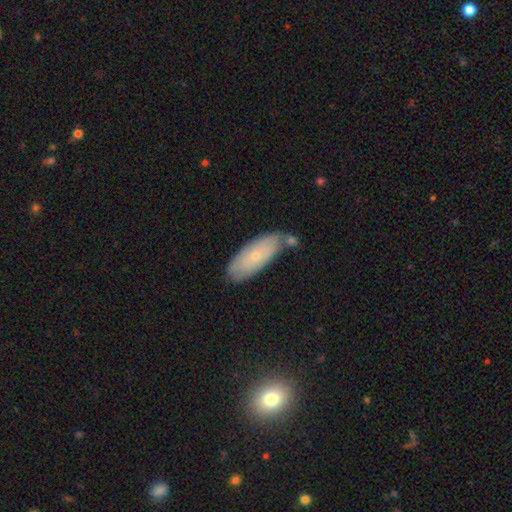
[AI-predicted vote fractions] Overall: smooth (59%; featured or disk 33%). How rounded: in between (76%). Merging: none (59%; minor disturbance 24%).